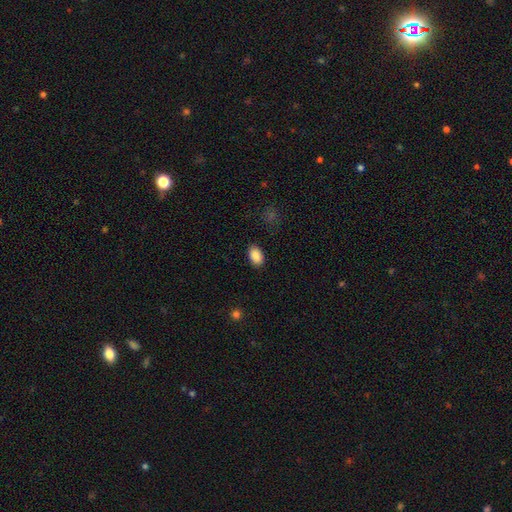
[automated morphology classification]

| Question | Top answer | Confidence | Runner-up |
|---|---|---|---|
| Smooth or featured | smooth | 89% | star or artifact (7%) |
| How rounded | in between | 89% | round (10%) |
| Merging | none | 88% | minor disturbance (9%) |